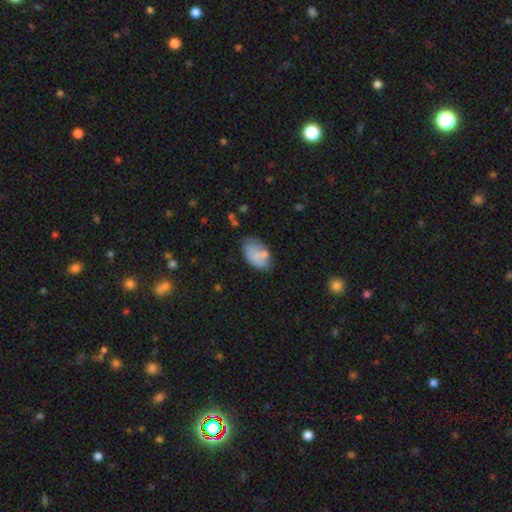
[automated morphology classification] Smooth or featured? smooth (75%)
How rounded? in between (92%)
Merging? none (52%)